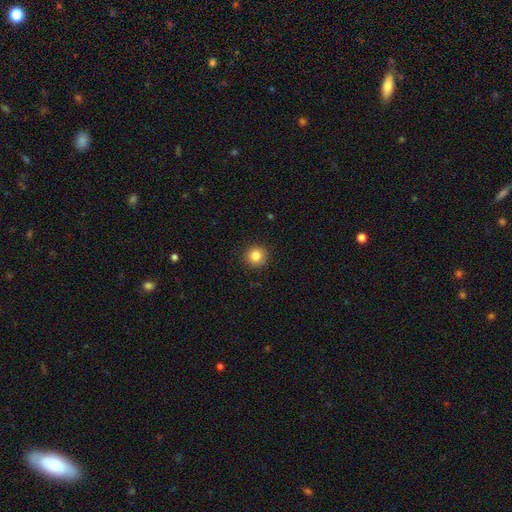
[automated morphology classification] This is clearly a smooth galaxy (85%). How rounded: clearly round (94%). Merging: clearly none (92%).